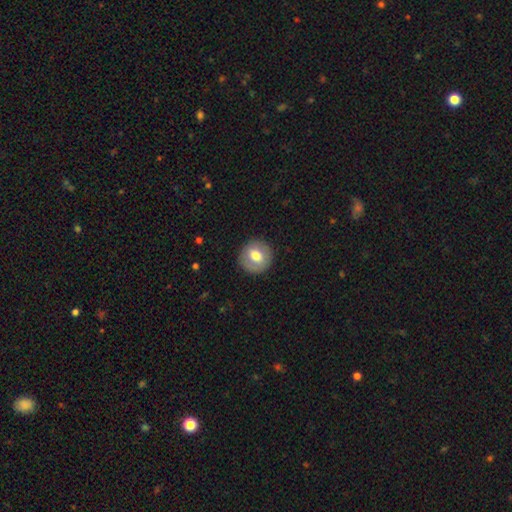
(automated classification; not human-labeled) Morphology: type=smooth (66%); roundness=round (89%); merging=none (88%).